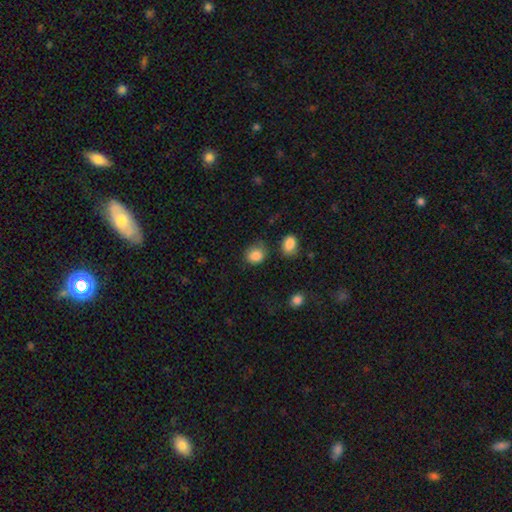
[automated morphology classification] This is clearly a smooth galaxy (85%). How rounded: likely round (73%). Merging: likely none (67%).